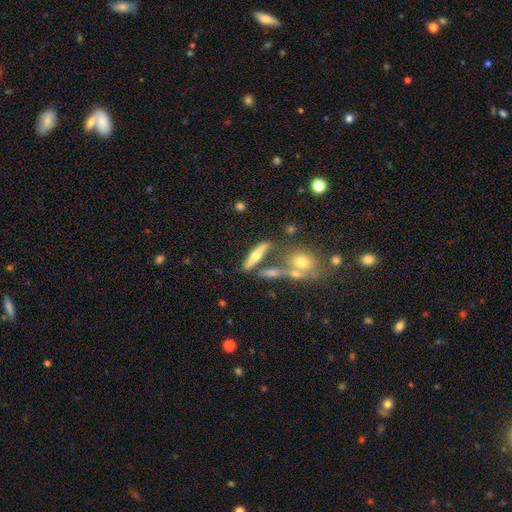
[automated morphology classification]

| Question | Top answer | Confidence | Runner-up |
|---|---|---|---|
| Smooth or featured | featured or disk | 51% | smooth (40%) |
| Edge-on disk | yes | 85% | no (15%) |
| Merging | none | 61% | merger (22%) |